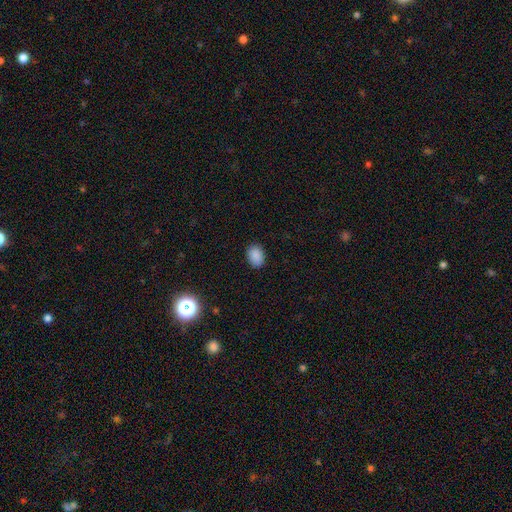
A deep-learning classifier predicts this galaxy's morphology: type=smooth (88%); roundness=in between (73%); merging=none (87%).